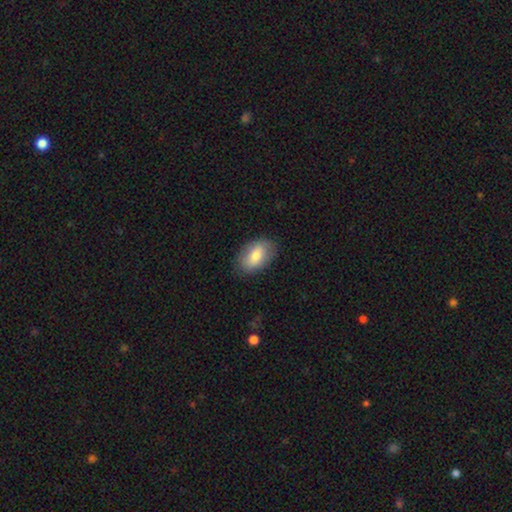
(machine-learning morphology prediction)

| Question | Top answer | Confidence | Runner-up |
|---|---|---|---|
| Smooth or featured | smooth | 77% | featured or disk (17%) |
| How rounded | in between | 91% | round (7%) |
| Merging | none | 85% | minor disturbance (12%) |